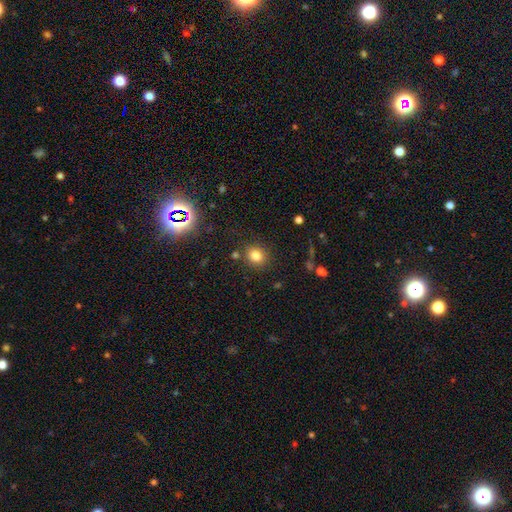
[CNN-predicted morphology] Smooth or featured? smooth (80%)
How rounded? round (69%)
Merging? none (83%)